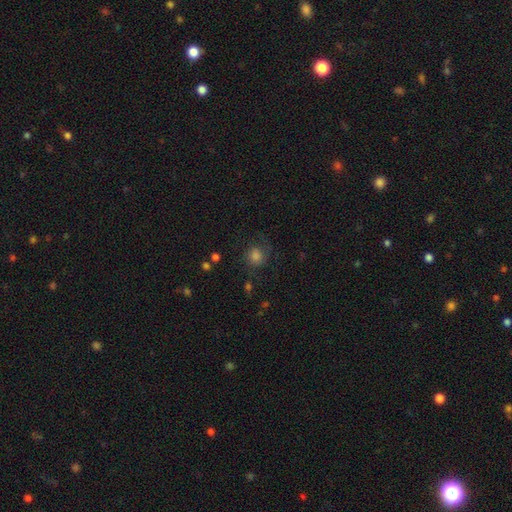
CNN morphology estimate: type=smooth (55%); roundness=round (84%); merging=none (68%).